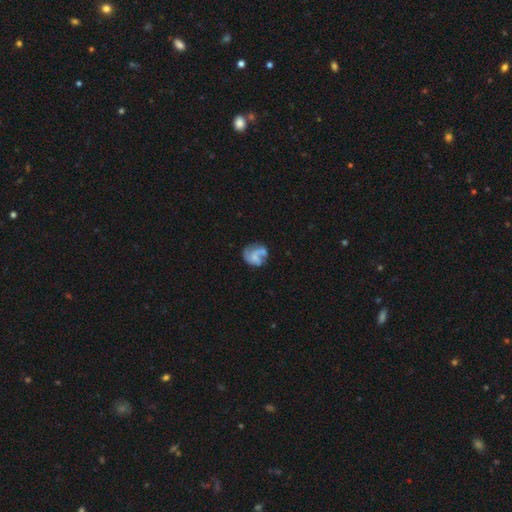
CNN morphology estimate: Smooth or featured? featured or disk (62%)
Edge-on disk? no (98%)
Bar? no (72%)
Spiral arms? yes (77%)
Bulge size? small (48%)
Merging? none (44%)